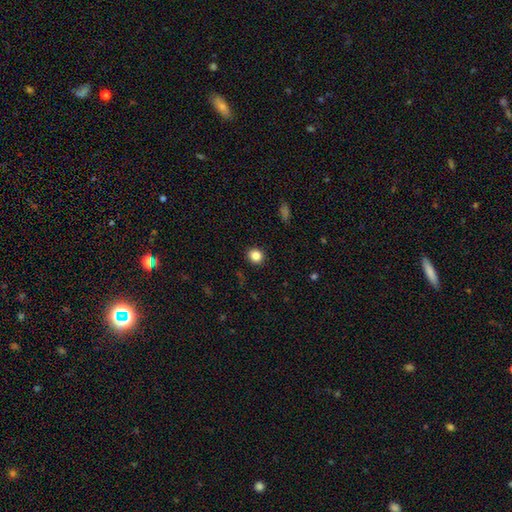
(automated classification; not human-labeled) smooth 85%, star or artifact 11%, featured or disk 4%. Down the decision tree: how rounded — round (85%); merging — none (91%).